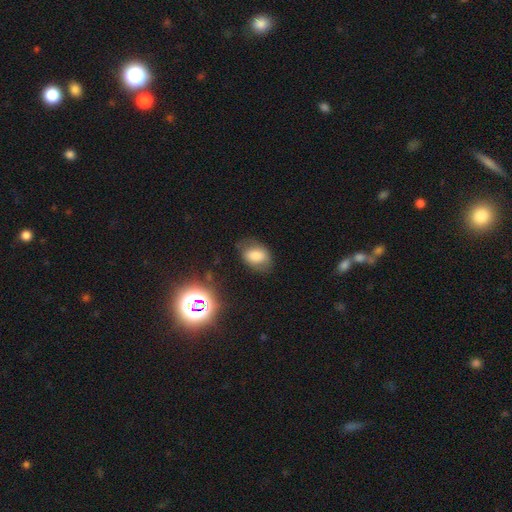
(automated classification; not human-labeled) This is likely a smooth galaxy (75%). How rounded: likely in between (78%). Merging: likely none (66%).